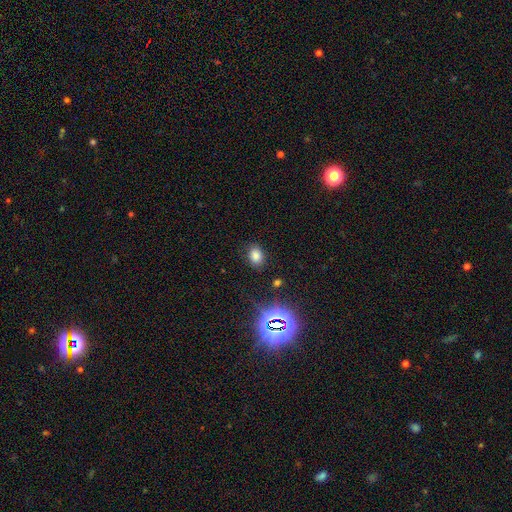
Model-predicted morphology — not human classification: Smooth or featured: smooth — 75% (star or artifact — 19%)
How rounded: in between — 70% (round — 29%)
Merging: none — 85% (minor disturbance — 10%)